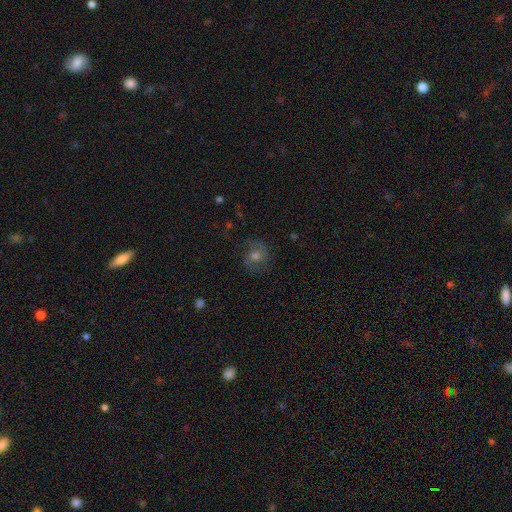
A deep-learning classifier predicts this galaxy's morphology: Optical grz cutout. It shows a featured or disk galaxy (49%). Merging: none (79%).